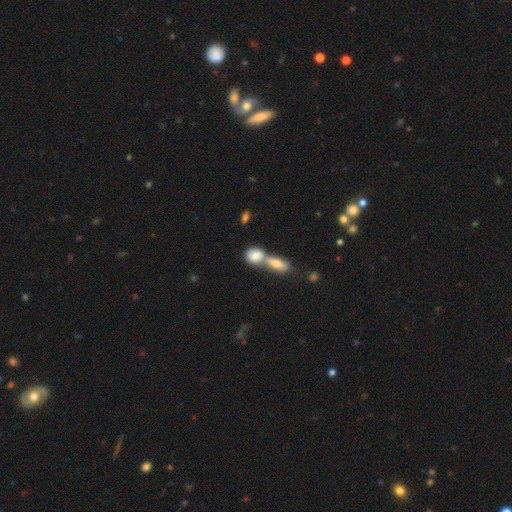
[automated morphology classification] smooth-or-featured: smooth: 80% | featured or disk: 12% | star or artifact: 7%
  how-rounded: in between: 58% | round: 37% | cigar-shaped: 5%
  merging: merger: 67% | none: 24% | minor disturbance: 6% | major disturbance: 3%